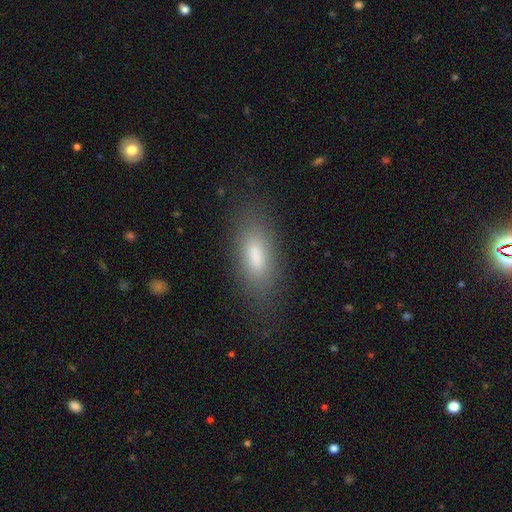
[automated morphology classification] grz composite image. It shows a smooth galaxy with no disk features (78%) that is in between round and cigar-shaped (67%). Merging: none (78%).